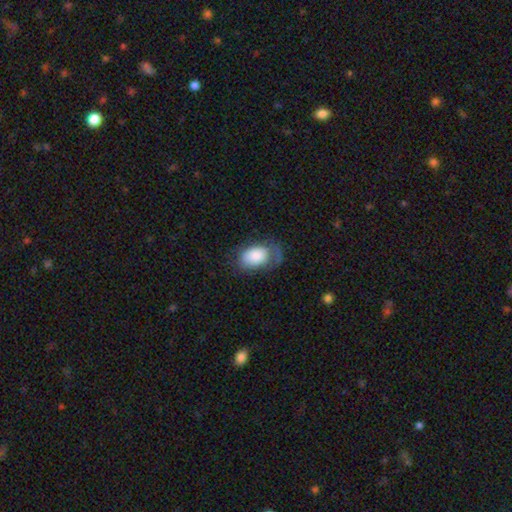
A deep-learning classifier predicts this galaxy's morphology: smooth-or-featured: smooth: 79% | featured or disk: 14% | star or artifact: 7%
  how-rounded: in between: 88% | round: 11% | cigar-shaped: 1%
  merging: none: 46% | minor disturbance: 30% | major disturbance: 22% | merger: 2%